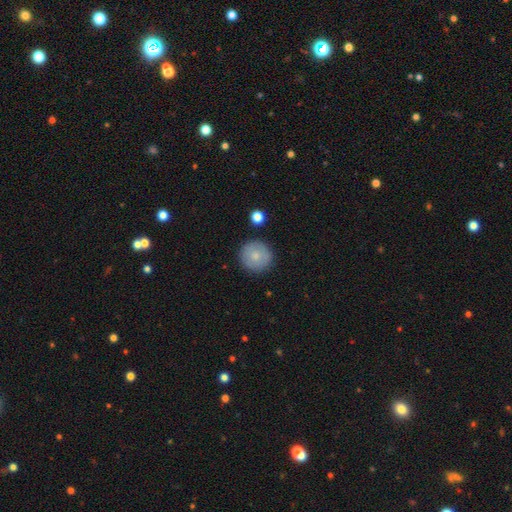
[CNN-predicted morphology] Smooth or featured? smooth (75%)
How rounded? round (94%)
Merging? none (88%)